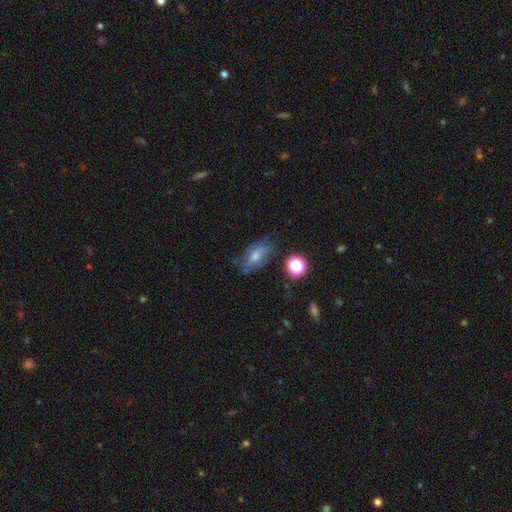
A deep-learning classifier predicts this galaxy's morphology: A featured or disk galaxy (43%).

Vote fractions:
- Smooth or featured? featured or disk: 43% / smooth: 40% / star or artifact: 17%
- Merging? none: 62% / minor disturbance: 24% / major disturbance: 10% / merger: 4%